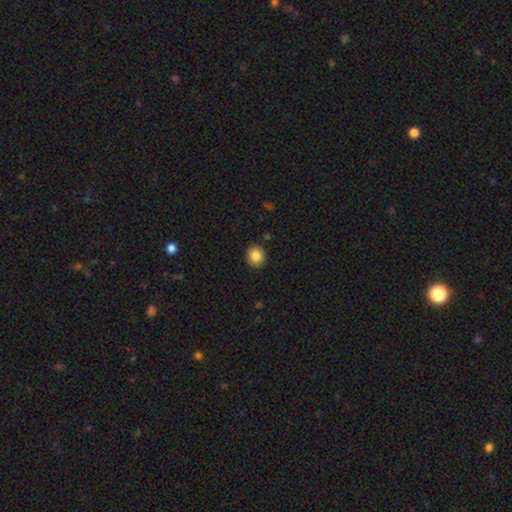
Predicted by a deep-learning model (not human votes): Smooth or featured: smooth — 85% (star or artifact — 9%)
How rounded: round — 79% (in between — 20%)
Merging: none — 90% (minor disturbance — 7%)